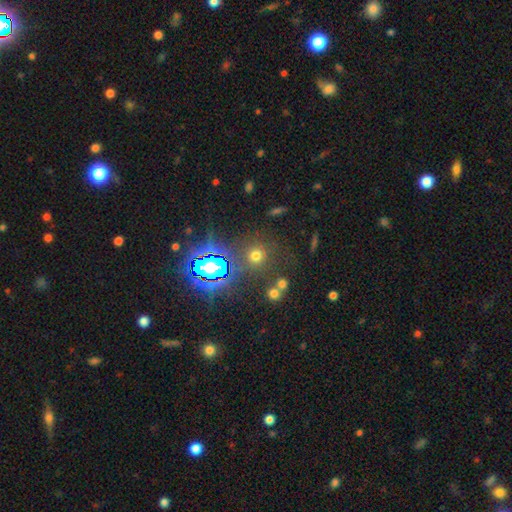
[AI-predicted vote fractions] A smooth galaxy with no disk features (60%) that is round (91%). Merging: none (79%).